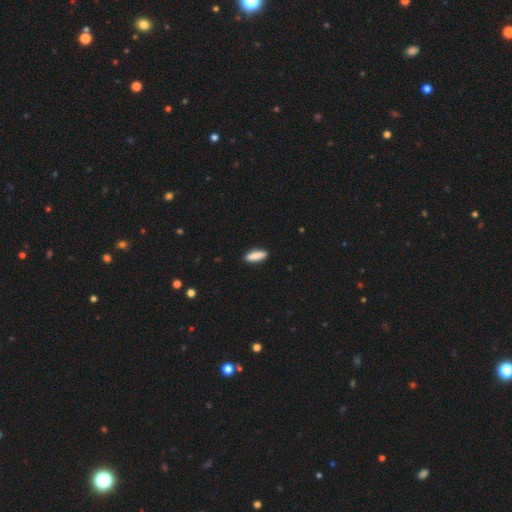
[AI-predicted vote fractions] A smooth galaxy with no disk features (88%) that is in between round and cigar-shaped (50%).

Vote fractions:
- Smooth or featured? smooth: 88% / featured or disk: 6% / star or artifact: 6%
- How rounded? in between: 50% / cigar-shaped: 48% / round: 2%
- Merging? none: 90% / minor disturbance: 7% / major disturbance: 2% / merger: 1%